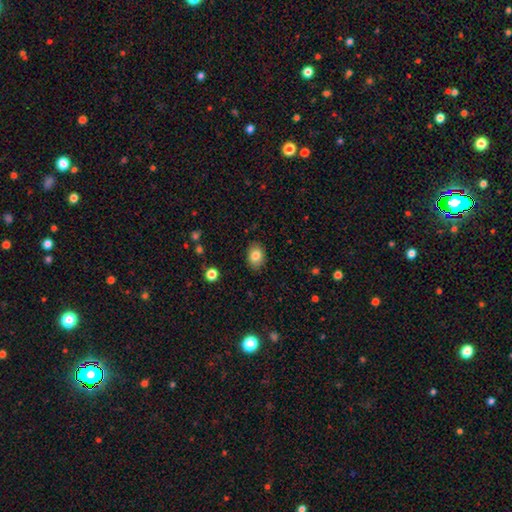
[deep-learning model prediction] A smooth galaxy with no disk features (82%) that is in between round and cigar-shaped (72%). Merging: none (87%).